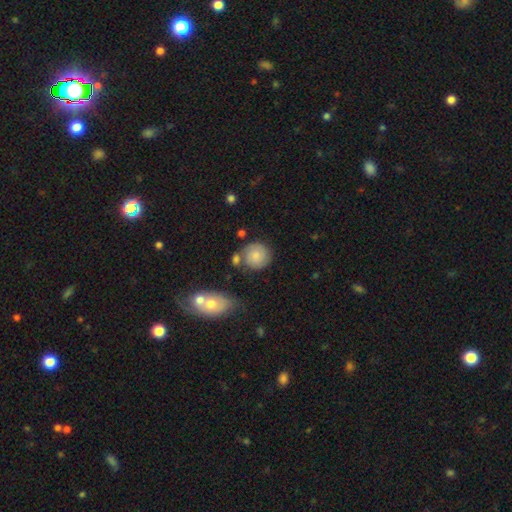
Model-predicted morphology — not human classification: smooth-or-featured: smooth: 71% | featured or disk: 21% | star or artifact: 8%
  how-rounded: round: 89% | in between: 10% | cigar-shaped: 1%
  merging: none: 69% | minor disturbance: 15% | merger: 11% | major disturbance: 5%